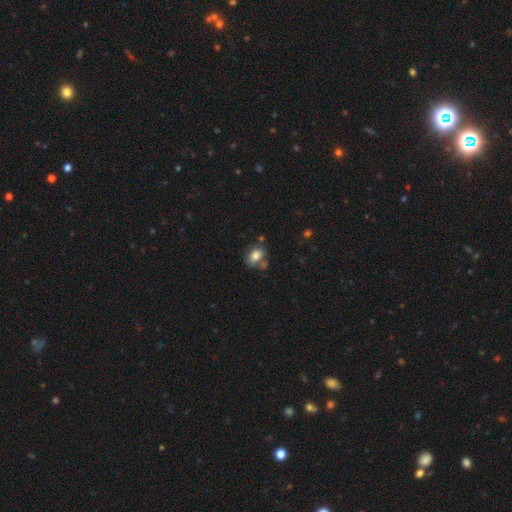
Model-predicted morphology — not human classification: Overall: smooth (78%). How rounded: in between (73%). Merging: none (57%; minor disturbance 19%).